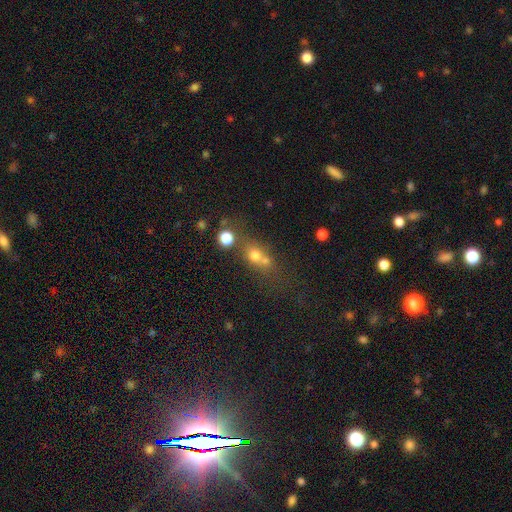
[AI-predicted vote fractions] smooth 64%, featured or disk 18%, star or artifact 18%. Down the decision tree: how rounded — round (63%); merging — merger (46%).